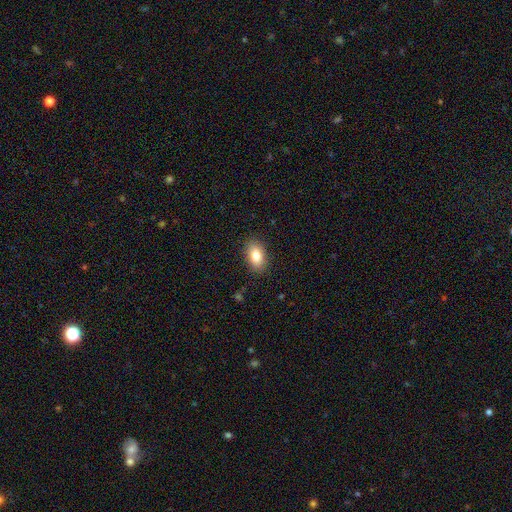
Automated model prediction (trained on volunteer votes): Smooth or featured? smooth (84%)
How rounded? in between (90%)
Merging? none (87%)